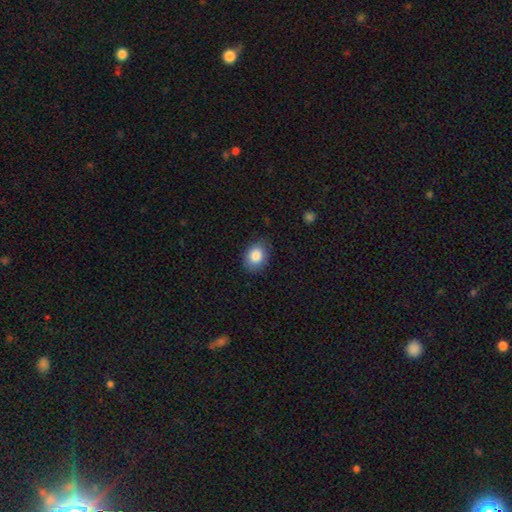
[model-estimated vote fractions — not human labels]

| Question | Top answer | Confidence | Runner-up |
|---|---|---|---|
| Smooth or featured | smooth | 87% | star or artifact (8%) |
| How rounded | in between | 60% | round (39%) |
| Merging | none | 82% | minor disturbance (14%) |